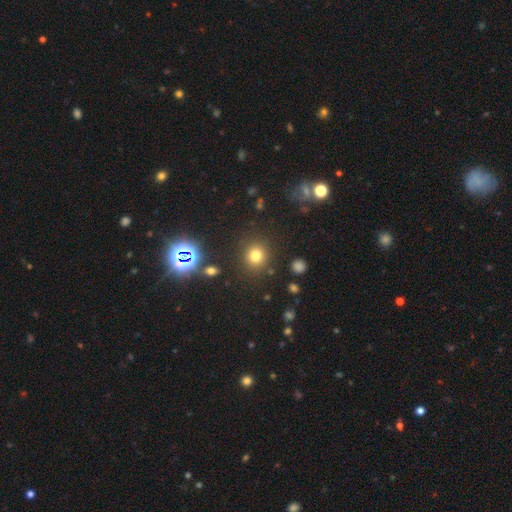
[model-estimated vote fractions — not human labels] The model was most divided on "smooth or featured": smooth: 74%, star or artifact: 19%, featured or disk: 7%. More confident: how rounded — round (87%); merging — none (85%).